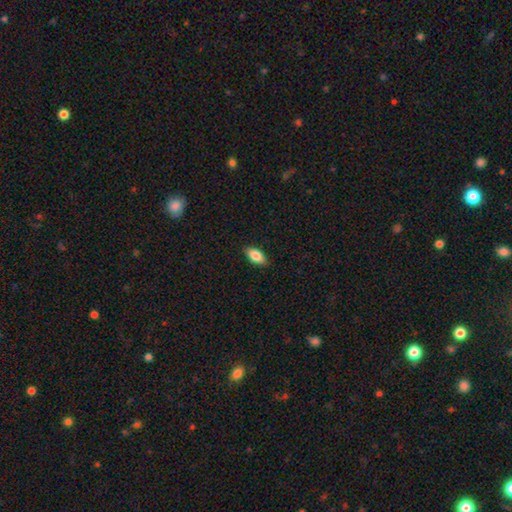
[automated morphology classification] Smooth or featured: smooth — 83% (featured or disk — 10%)
How rounded: in between — 90% (cigar-shaped — 7%)
Merging: none — 88% (minor disturbance — 9%)